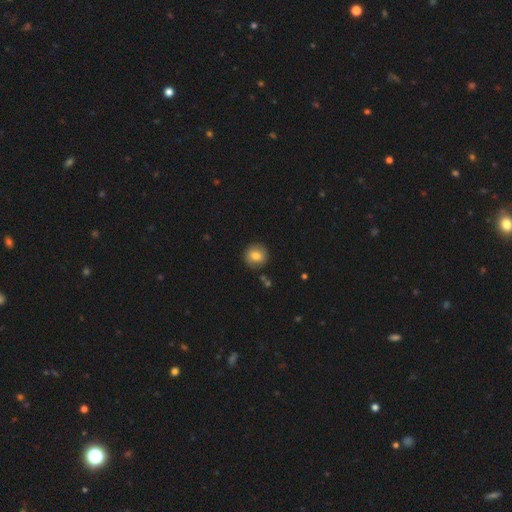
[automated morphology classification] Smooth or featured? smooth (79%)
How rounded? round (89%)
Merging? none (86%)